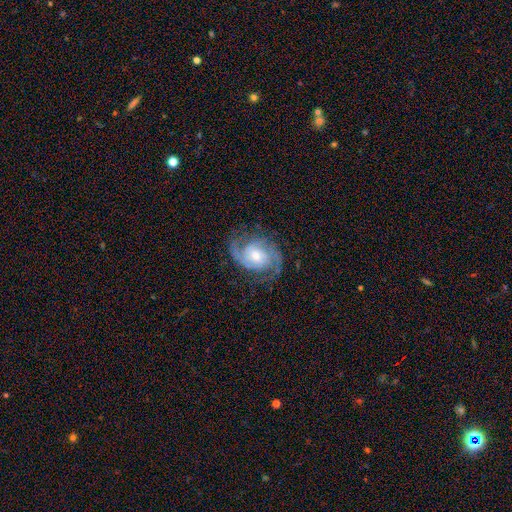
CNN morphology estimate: type=featured or disk (91%); edge-on=no (98%); bar=no (56%); spiral arms=yes (98%); winding=medium (48%); arm count=2 (80%); bulge=moderate (55%); merging=none (76%).